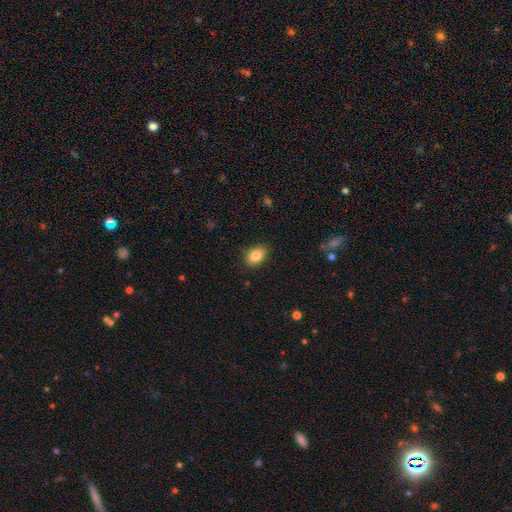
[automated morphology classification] Smooth or featured?
  - smooth: 84% *
  - star or artifact: 9%
  - featured or disk: 7%
How rounded?
  - in between: 81% *
  - round: 18%
  - cigar-shaped: 1%
Merging?
  - none: 86% *
  - minor disturbance: 10%
  - major disturbance: 2%
  - merger: 1%